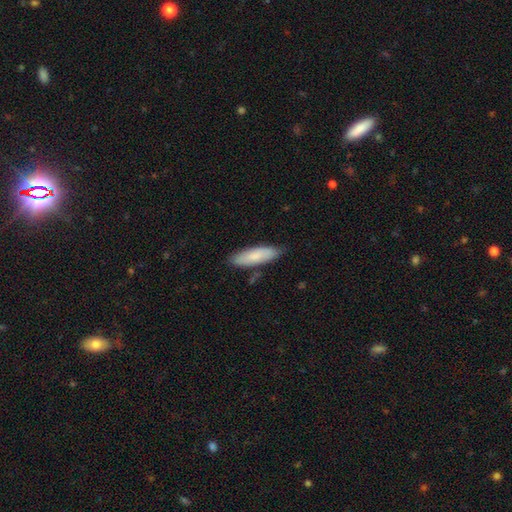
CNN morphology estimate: Smooth or featured: smooth — 80% (featured or disk — 15%)
How rounded: cigar-shaped — 51% (in between — 48%)
Merging: none — 79% (minor disturbance — 16%)